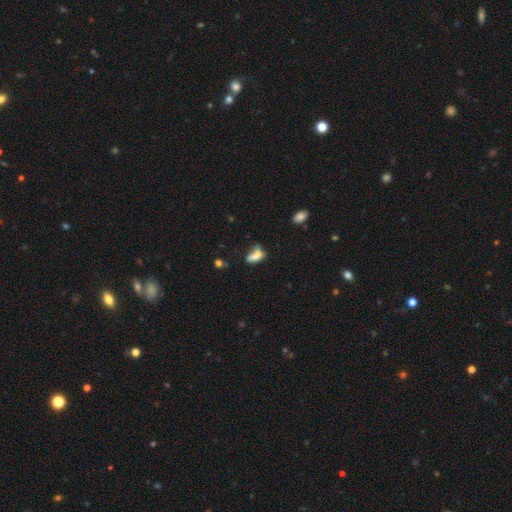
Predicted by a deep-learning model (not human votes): Morphology: type=smooth (71%); roundness=in between (80%); merging=none (29%).